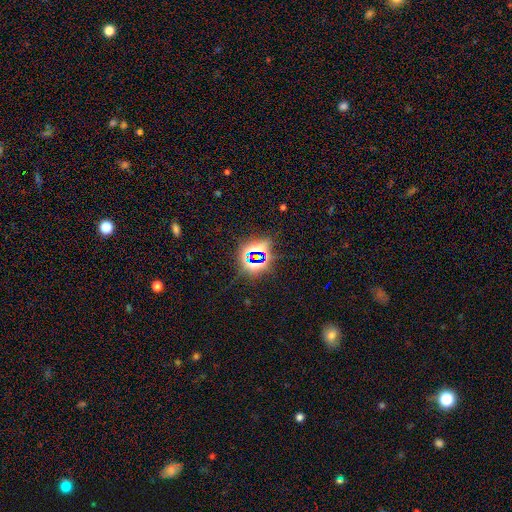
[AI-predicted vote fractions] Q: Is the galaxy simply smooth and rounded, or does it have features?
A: star or artifact — 77%.